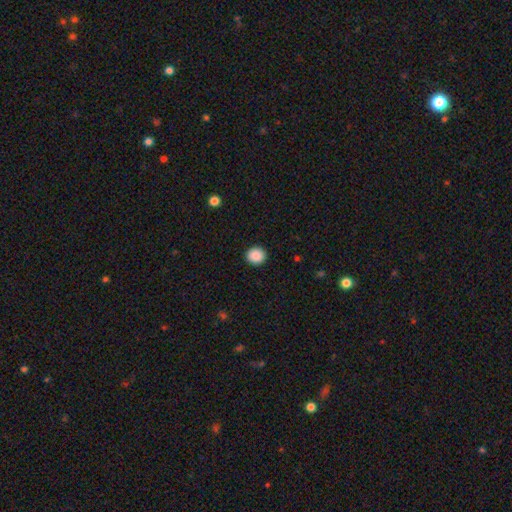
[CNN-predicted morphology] smooth-or-featured: smooth: 89% | star or artifact: 8% | featured or disk: 3%
  how-rounded: round: 85% | in between: 14% | cigar-shaped: 1%
  merging: none: 92% | minor disturbance: 5% | major disturbance: 2% | merger: 1%